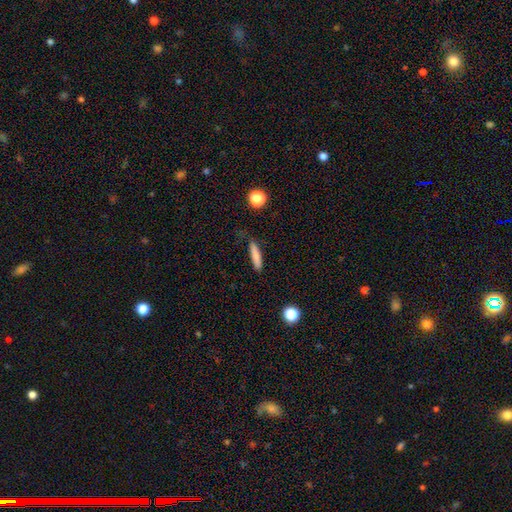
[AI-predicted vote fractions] Overall: smooth (81%). How rounded: cigar-shaped (85%). Merging: none (79%).